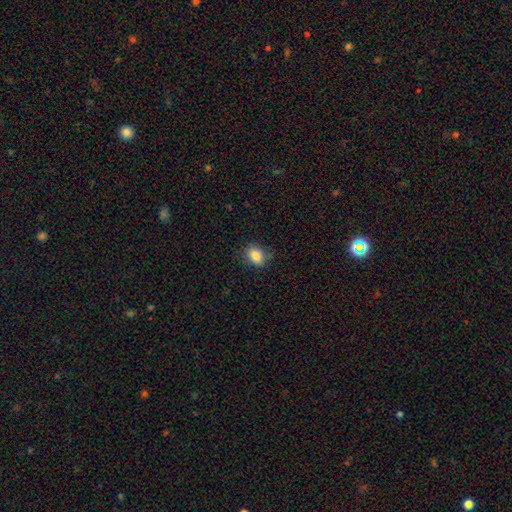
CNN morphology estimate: This is clearly a smooth galaxy (85%). How rounded: likely in between (68%). Merging: clearly none (81%).